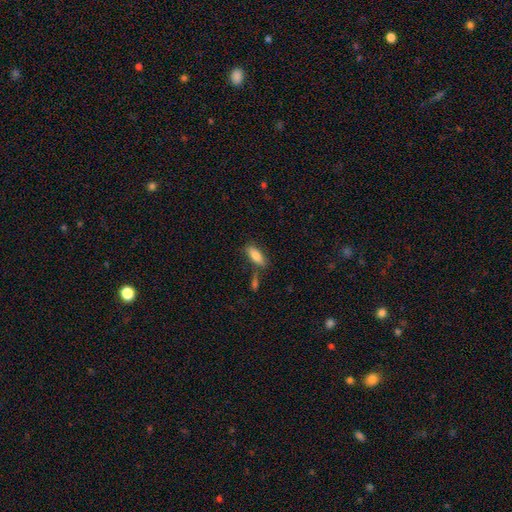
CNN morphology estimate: Q: Smooth or featured?
A: smooth (77%); runner-up: featured or disk (17%)
Q: How rounded?
A: in between (70%); runner-up: cigar-shaped (28%)
Q: Merging?
A: none (71%); runner-up: minor disturbance (15%)